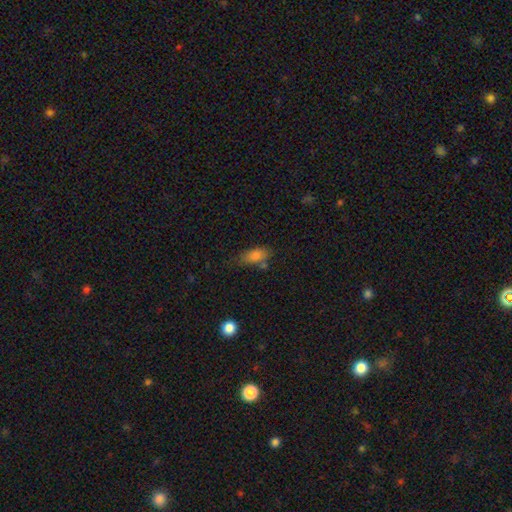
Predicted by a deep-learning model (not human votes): A smooth galaxy with no disk features (81%) that is in between round and cigar-shaped (84%).

Vote fractions:
- Smooth or featured? smooth: 81% / star or artifact: 11% / featured or disk: 9%
- How rounded? in between: 84% / cigar-shaped: 9% / round: 6%
- Merging? none: 52% / minor disturbance: 26% / merger: 13% / major disturbance: 9%